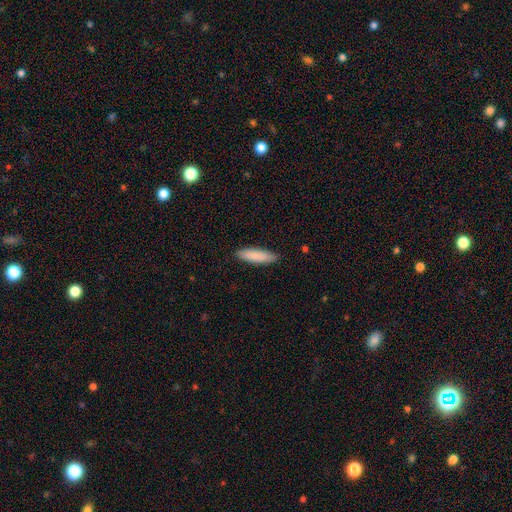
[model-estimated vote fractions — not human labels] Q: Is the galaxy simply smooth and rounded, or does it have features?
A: smooth — 85%.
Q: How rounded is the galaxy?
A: cigar-shaped — 63%.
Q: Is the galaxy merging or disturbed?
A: none — 89%.